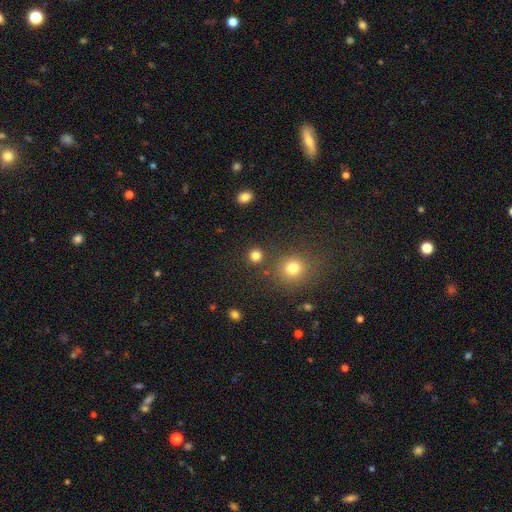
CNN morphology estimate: This appears to be a smooth galaxy with no disk features (81%) that is round (91%). Merging: none (86%).